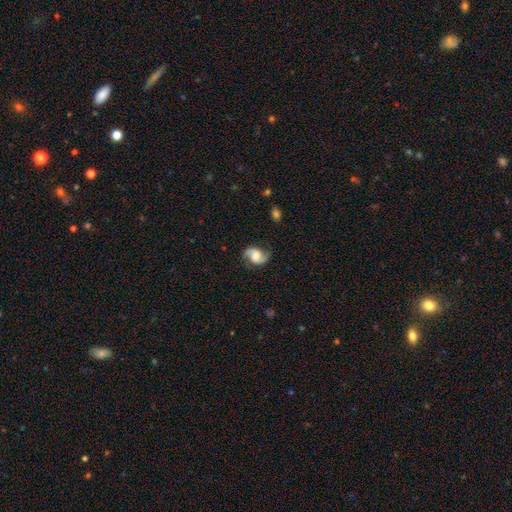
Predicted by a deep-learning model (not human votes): Smooth or featured: featured or disk — 74% (smooth — 19%)
Edge-on disk: no — 97% (yes — 3%)
Bar: no — 56% (weak — 35%)
Spiral arms: yes — 95% (no — 5%)
Spiral winding: loose — 45% (medium — 41%)
Spiral arm count: 2 — 91% (can't tell — 3%)
Bulge size: moderate — 42% (large — 27%)
Merging: none — 78% (minor disturbance — 15%)